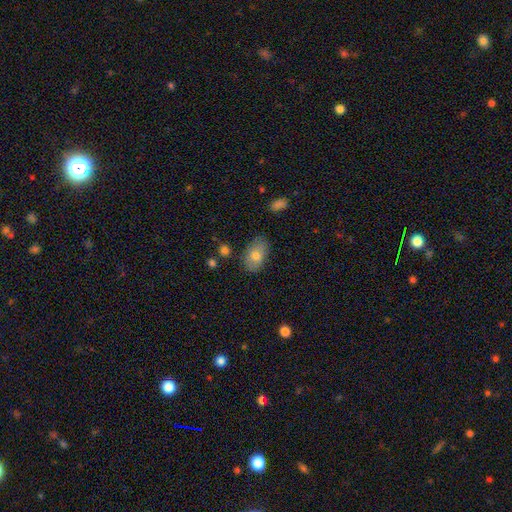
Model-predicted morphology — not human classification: This is likely a smooth galaxy (77%). How rounded: clearly in between (91%). Merging: likely none (76%).